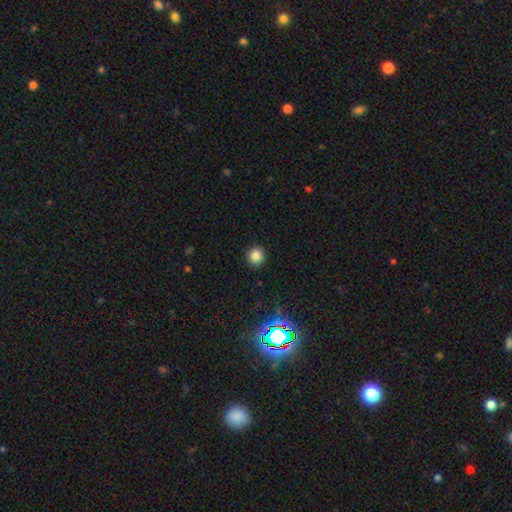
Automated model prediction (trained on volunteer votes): smooth-or-featured: smooth: 83% | star or artifact: 13% | featured or disk: 4%
  how-rounded: round: 93% | in between: 6% | cigar-shaped: 1%
  merging: none: 92% | minor disturbance: 5% | major disturbance: 2% | merger: 1%